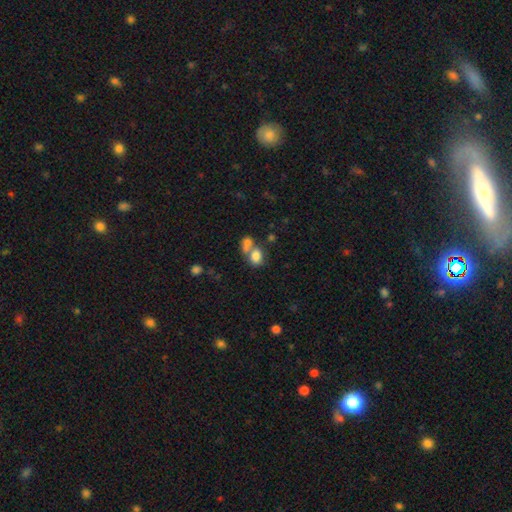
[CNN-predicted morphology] A smooth galaxy with no disk features (78%) that is in between round and cigar-shaped (71%). Merging: merger (54%).